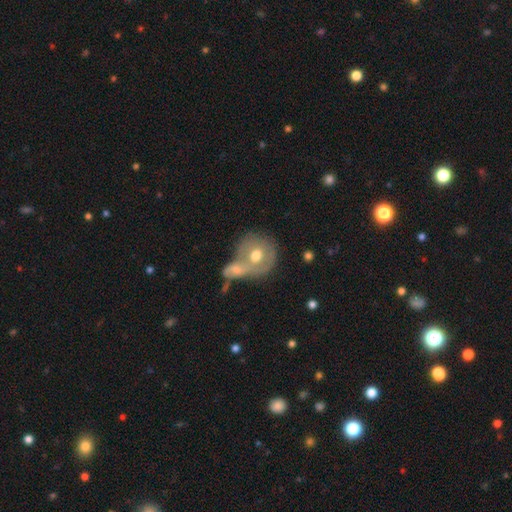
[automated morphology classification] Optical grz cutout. It shows a smooth galaxy with no disk features (48%). Merging: merger (49%).